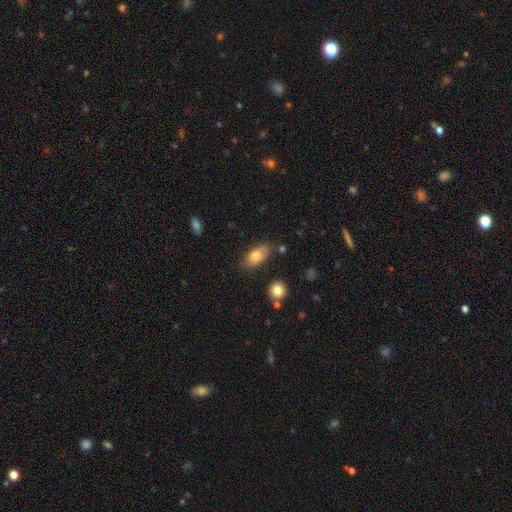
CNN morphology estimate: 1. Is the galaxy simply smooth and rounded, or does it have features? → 78% smooth, 14% featured or disk, 8% star or artifact.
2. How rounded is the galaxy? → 90% in between, 5% round, 5% cigar-shaped.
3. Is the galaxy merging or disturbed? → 73% none, 19% minor disturbance, 4% major disturbance, 4% merger.